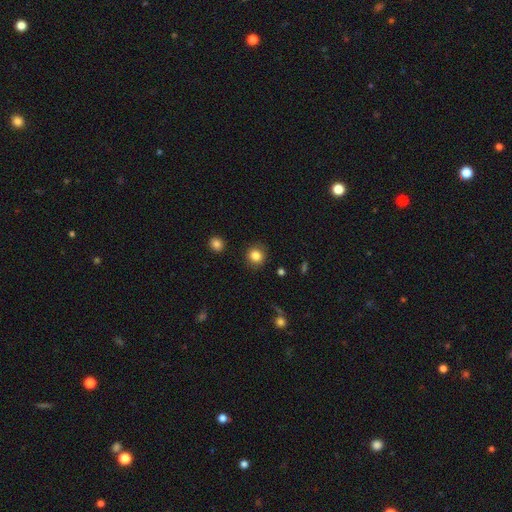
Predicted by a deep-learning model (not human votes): smooth 84%, star or artifact 11%, featured or disk 5%. Down the decision tree: how rounded — round (88%); merging — none (89%).